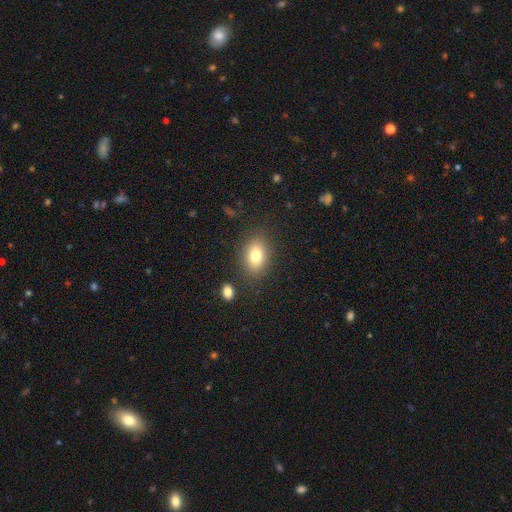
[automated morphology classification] The model was most divided on "smooth or featured": smooth: 79%, featured or disk: 12%, star or artifact: 9%. More confident: merging — none (83%); how rounded — in between (83%).